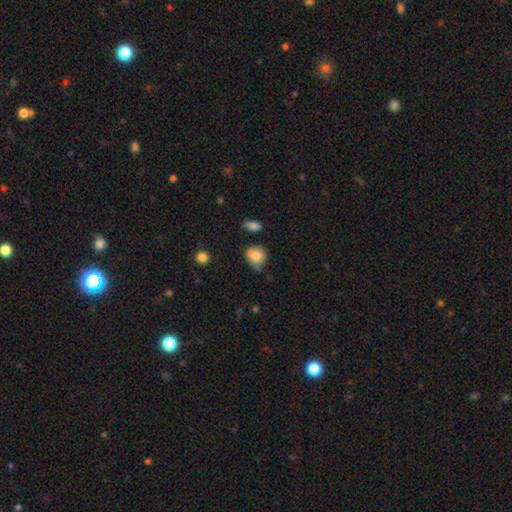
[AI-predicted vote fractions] Smooth or featured?
  - smooth: 84% *
  - star or artifact: 9%
  - featured or disk: 7%
How rounded?
  - round: 80% *
  - in between: 19%
  - cigar-shaped: 1%
Merging?
  - none: 62% *
  - minor disturbance: 26%
  - merger: 7%
  - major disturbance: 5%